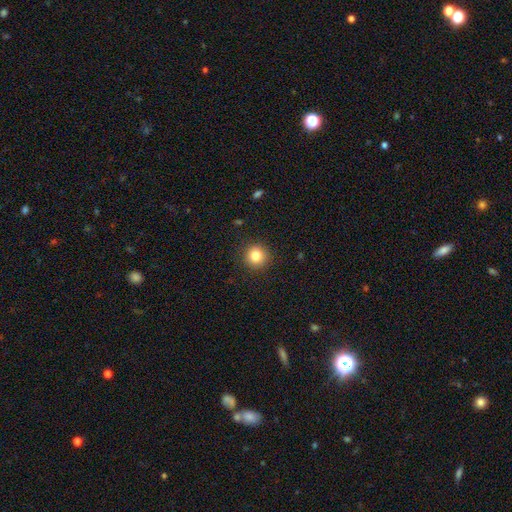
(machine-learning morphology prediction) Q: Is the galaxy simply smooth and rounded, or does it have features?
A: smooth — 84%.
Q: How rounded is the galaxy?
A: round — 94%.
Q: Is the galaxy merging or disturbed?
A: none — 90%.